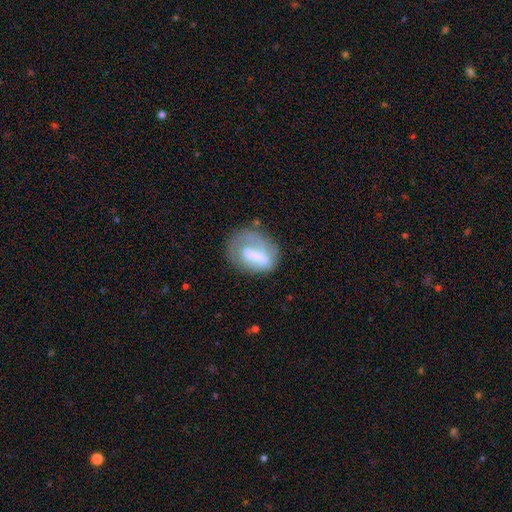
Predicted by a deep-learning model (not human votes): Smooth or featured? Predicted: smooth (p=0.52). How rounded? Predicted: in between (p=0.57). Merging? Predicted: none (p=0.47).